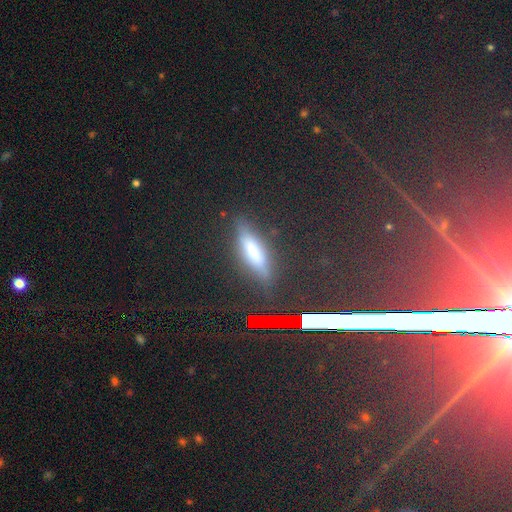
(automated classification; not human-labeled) Smooth or featured: smooth — 51% (star or artifact — 28%)
How rounded: cigar-shaped — 64% (in between — 29%)
Merging: none — 80% (minor disturbance — 13%)